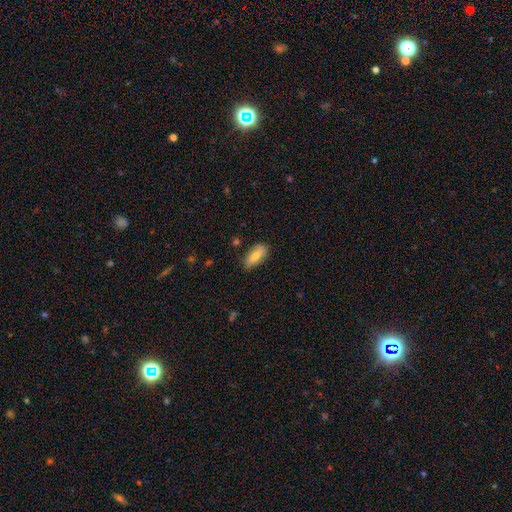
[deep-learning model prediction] Smooth or featured? smooth (74%)
How rounded? in between (79%)
Merging? none (79%)